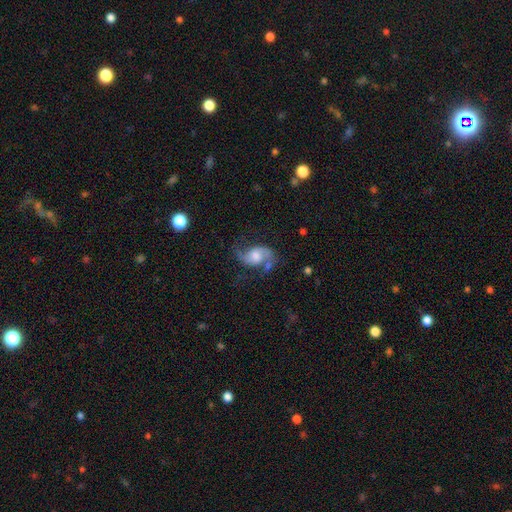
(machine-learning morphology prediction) Overall: featured or disk (80%). Edge-on disk: no (97%). Bar: no (57%; weak 35%). Spiral arms: yes (95%). Spiral arm count: 2 (91%). Spiral winding: loose (52%; medium 39%). Bulge size: moderate (42%; large 27%). Merging: none (60%; minor disturbance 20%).